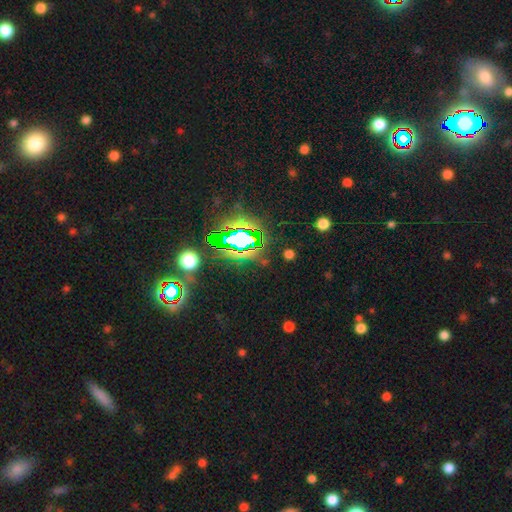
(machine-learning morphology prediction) This is likely a star or artifact rather than a galaxy (76%).